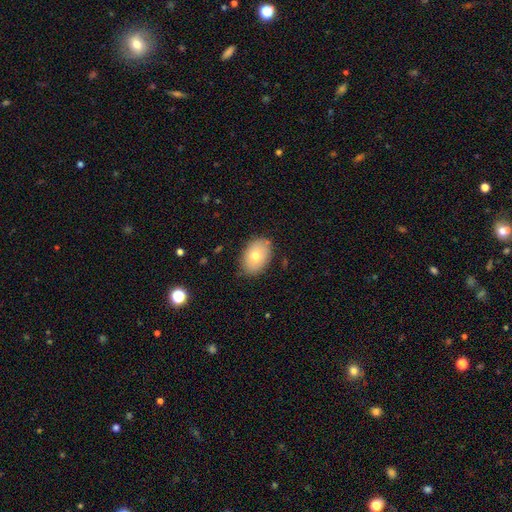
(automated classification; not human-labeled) smooth 73%, featured or disk 19%, star or artifact 8%. Down the decision tree: how rounded — in between (81%); merging — none (83%).